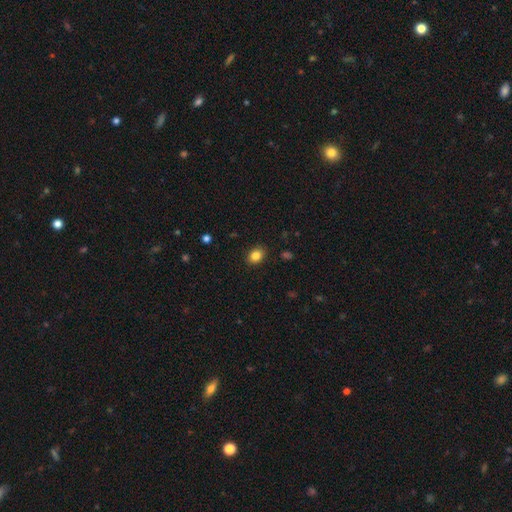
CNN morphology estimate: Smooth or featured? Predicted: smooth (p=0.85). How rounded? Predicted: in between (p=0.61). Merging? Predicted: none (p=0.88).